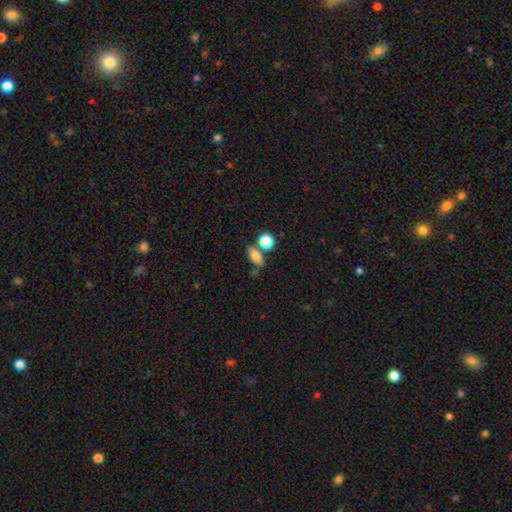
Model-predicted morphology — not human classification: smooth_or_featured: smooth (p=0.78) [alt: featured or disk p=0.11]
how_rounded: in between (p=0.74) [alt: round p=0.17]
merging: none (p=0.58) [alt: merger p=0.22]